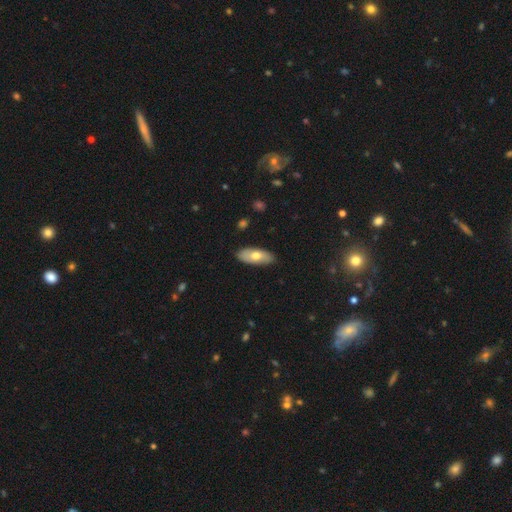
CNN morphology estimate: A smooth galaxy with no disk features (66%) that is in between round and cigar-shaped (85%). Merging: none (86%).